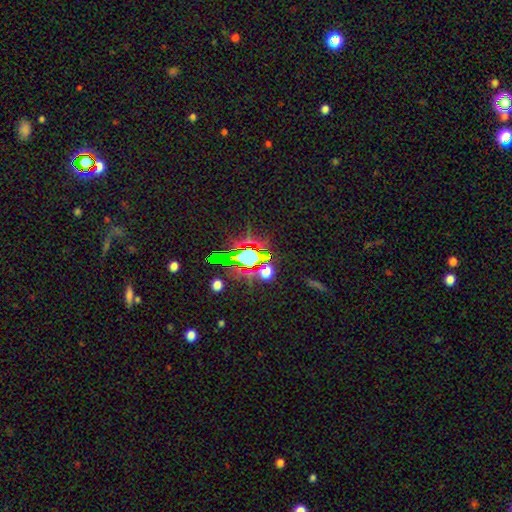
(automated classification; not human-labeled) Smooth or featured? star or artifact (66%)